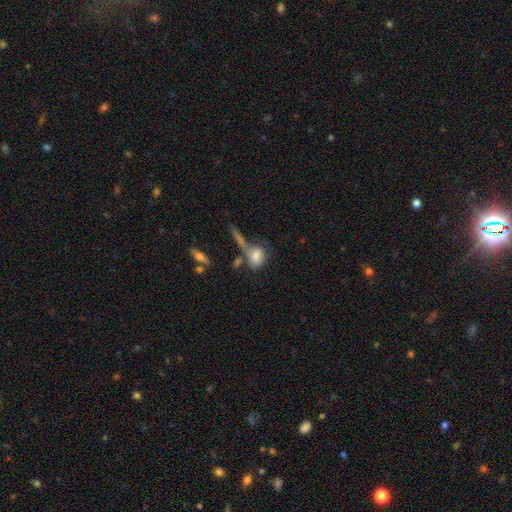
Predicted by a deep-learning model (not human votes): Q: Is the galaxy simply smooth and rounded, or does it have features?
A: smooth — 73%.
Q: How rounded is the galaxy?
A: in between — 73%.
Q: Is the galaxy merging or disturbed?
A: merger — 34%.